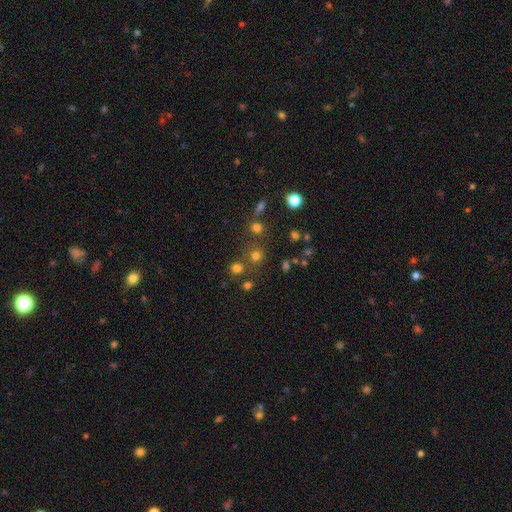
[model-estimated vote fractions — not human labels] This appears to be a smooth galaxy with no disk features (69%) that is round (90%). Merging: none (74%).